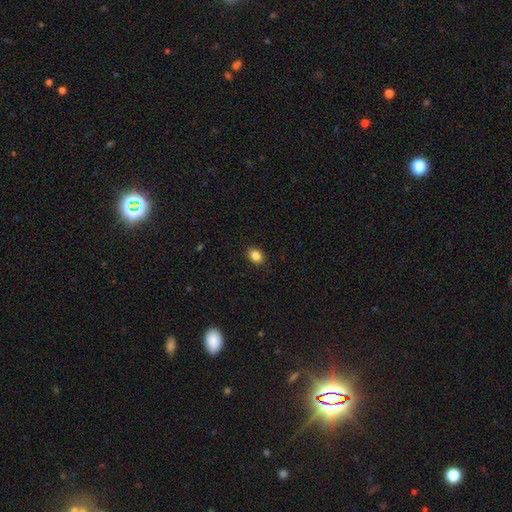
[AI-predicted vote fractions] smooth_or_featured: smooth (p=0.86) [alt: star or artifact p=0.10]
how_rounded: in between (p=0.61) [alt: round p=0.38]
merging: none (p=0.90) [alt: minor disturbance p=0.08]